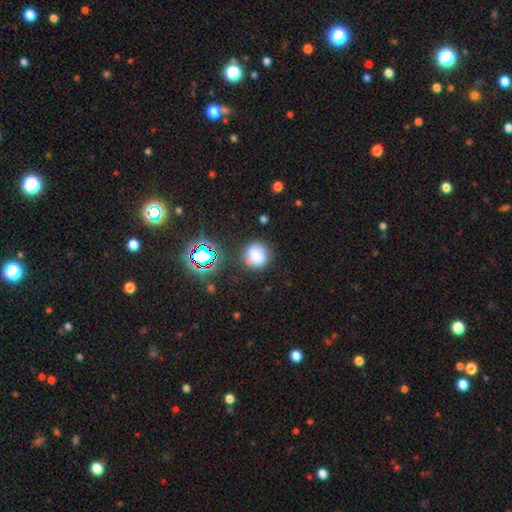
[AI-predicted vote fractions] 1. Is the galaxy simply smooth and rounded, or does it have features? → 71% smooth, 17% star or artifact, 12% featured or disk.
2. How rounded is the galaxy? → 82% round, 16% in between, 1% cigar-shaped.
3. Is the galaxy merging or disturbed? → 69% none, 17% minor disturbance, 8% merger, 6% major disturbance.